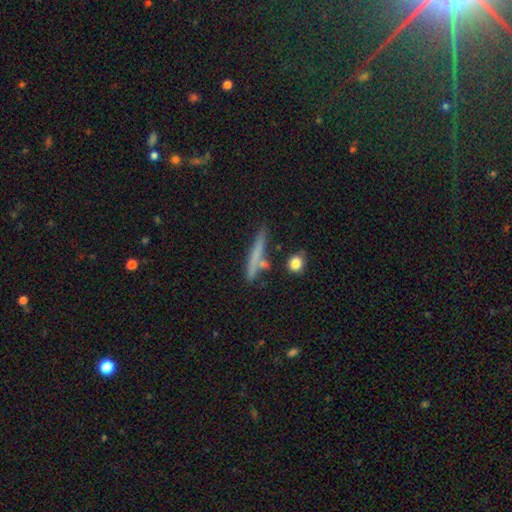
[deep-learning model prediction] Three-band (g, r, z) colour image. It shows a smooth galaxy with no disk features (59%) that is cigar-shaped (91%). Merging: none (73%).